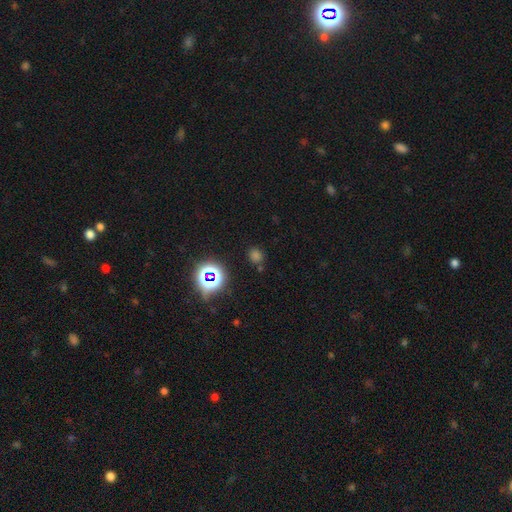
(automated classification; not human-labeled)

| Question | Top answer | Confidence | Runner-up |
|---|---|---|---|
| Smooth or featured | smooth | 50% | star or artifact (44%) |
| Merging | none | 79% | minor disturbance (11%) |